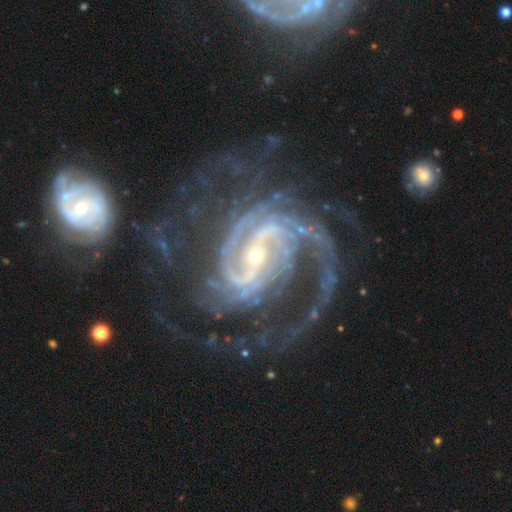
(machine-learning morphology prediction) The model was most divided on "bar": strong: 49%, weak: 35%, no: 16%. Remaining: spiral arms — yes (98%); edge-on disk — no (98%); smooth or featured — featured or disk (93%); bulge size — small (77%); spiral winding — medium (49%); merging — none (45%); spiral arm count — 2 (42%).